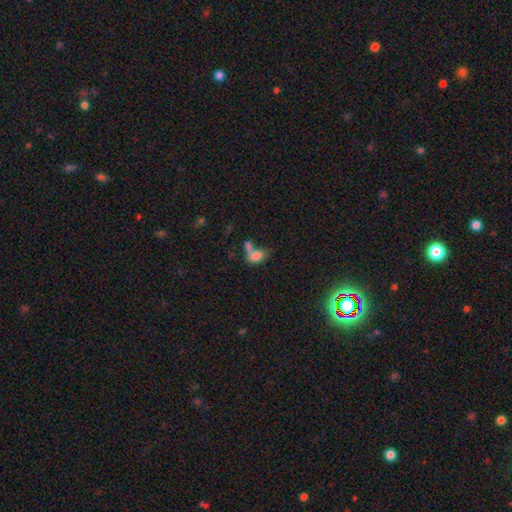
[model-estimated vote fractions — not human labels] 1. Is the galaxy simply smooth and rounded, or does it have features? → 74% smooth, 15% featured or disk, 11% star or artifact.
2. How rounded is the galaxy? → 81% in between, 16% round, 3% cigar-shaped.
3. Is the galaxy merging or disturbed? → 51% merger, 25% none, 12% major disturbance, 12% minor disturbance.